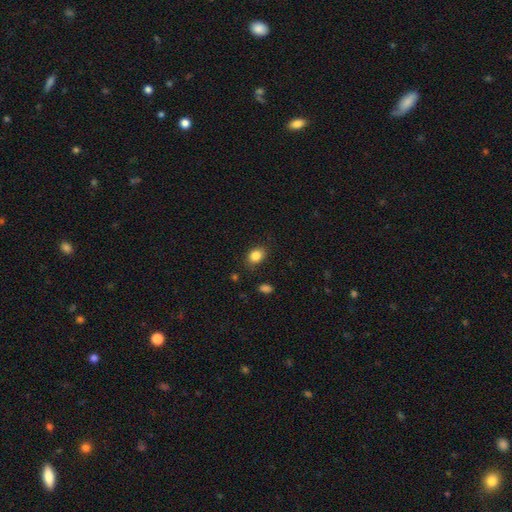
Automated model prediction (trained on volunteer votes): Overall: smooth (85%). How rounded: in between (64%; round 35%). Merging: none (81%).